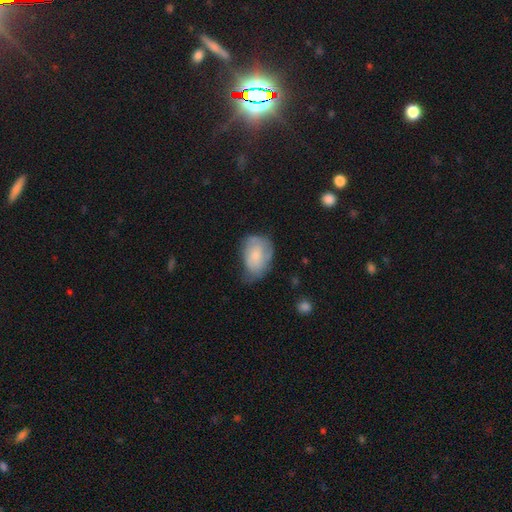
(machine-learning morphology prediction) Smooth or featured?
  - smooth: 66% *
  - featured or disk: 27%
  - star or artifact: 7%
How rounded?
  - in between: 81% *
  - round: 17%
  - cigar-shaped: 1%
Merging?
  - minor disturbance: 42% *
  - none: 38%
  - major disturbance: 17%
  - merger: 2%